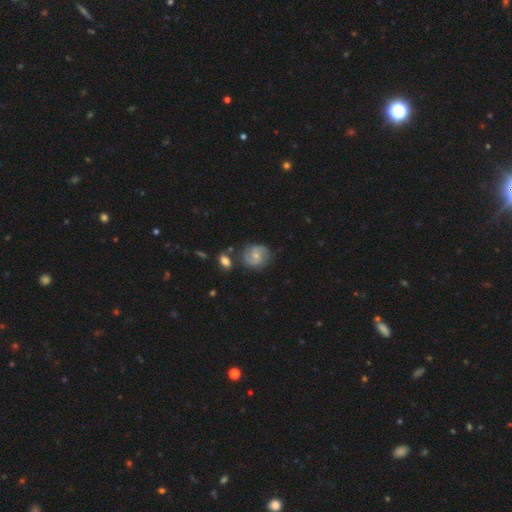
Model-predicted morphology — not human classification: This is likely a featured or disk galaxy (78%). It is clearly not viewed edge-on (98%). Bar: possibly no (47%). Spiral arm pattern: clearly yes (95%). Spiral arm count: clearly 2 (88%). Spiral winding: possibly medium (51%). Central bulge: possibly small (56%). Merging: likely none (77%).